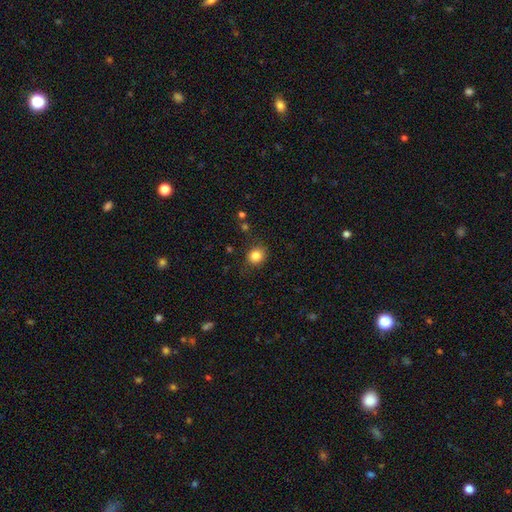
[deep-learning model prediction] This is clearly a smooth galaxy (83%). How rounded: likely round (79%). Merging: clearly none (85%).